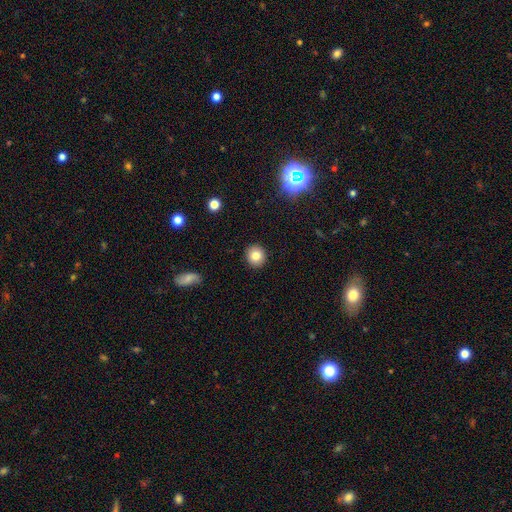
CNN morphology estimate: Smooth or featured?
  - smooth: 82% *
  - star or artifact: 10%
  - featured or disk: 8%
How rounded?
  - round: 88% *
  - in between: 11%
  - cigar-shaped: 1%
Merging?
  - none: 92% *
  - minor disturbance: 5%
  - major disturbance: 2%
  - merger: 1%